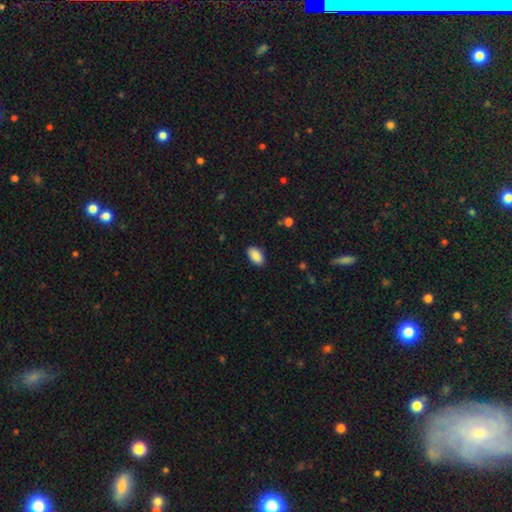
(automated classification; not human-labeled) Smooth or featured: smooth — 90% (star or artifact — 7%)
How rounded: in between — 94% (round — 4%)
Merging: none — 88% (minor disturbance — 9%)